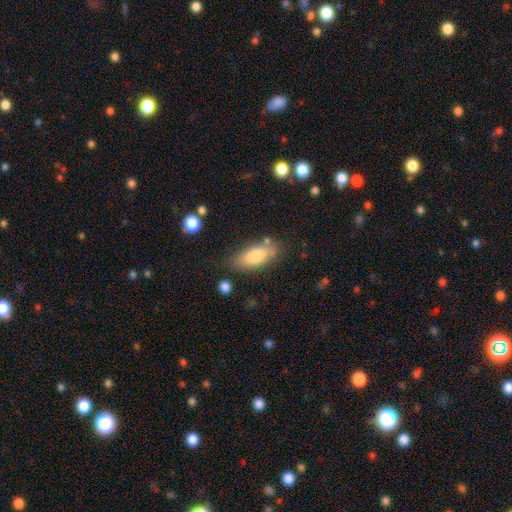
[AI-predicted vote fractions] A smooth galaxy with no disk features (78%) that is in between round and cigar-shaped (82%). Merging: none (74%).